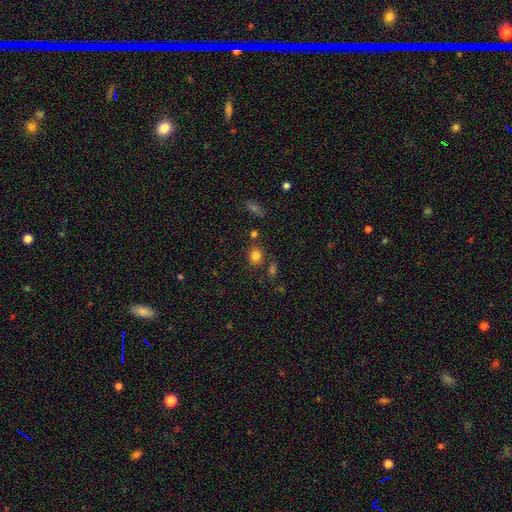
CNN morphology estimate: A smooth galaxy with no disk features (82%) that is round (75%). Merging: none (76%).